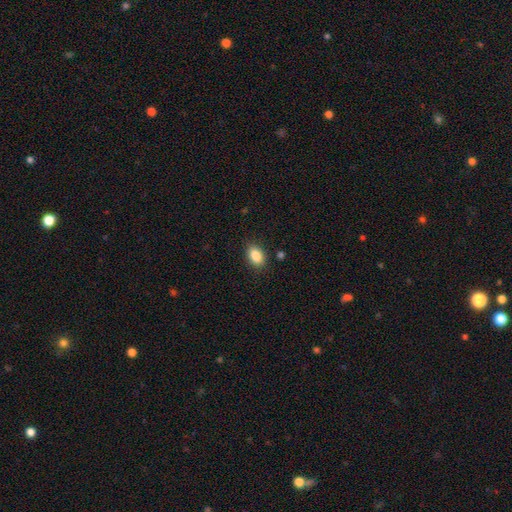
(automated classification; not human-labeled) Q: Smooth or featured?
A: smooth (86%); runner-up: star or artifact (8%)
Q: How rounded?
A: in between (85%); runner-up: round (13%)
Q: Merging?
A: none (87%); runner-up: minor disturbance (9%)